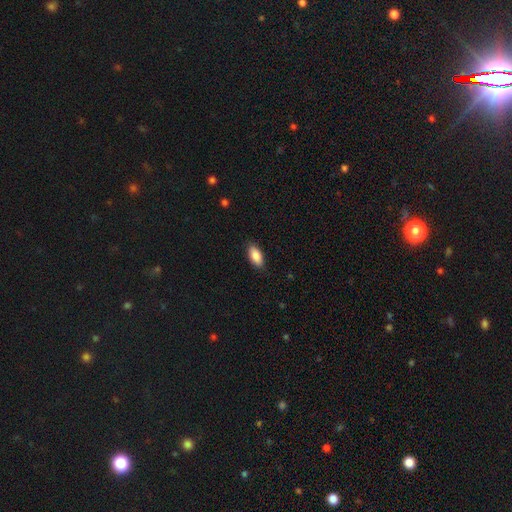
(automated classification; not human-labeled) This appears to be a smooth galaxy with no disk features (86%) that is in between round and cigar-shaped (90%). Merging: none (86%).